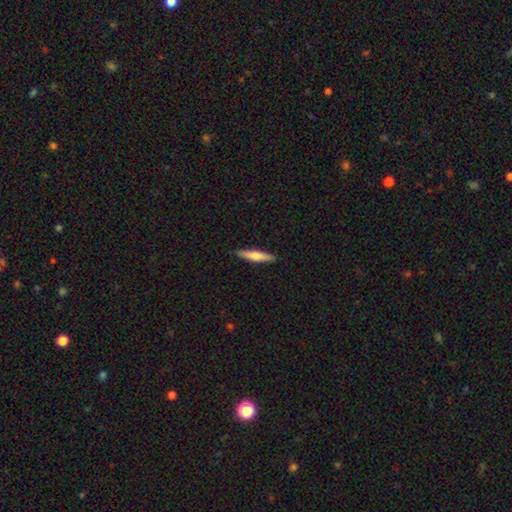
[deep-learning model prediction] Q: Smooth or featured?
A: smooth (62%); runner-up: featured or disk (33%)
Q: How rounded?
A: cigar-shaped (87%); runner-up: in between (11%)
Q: Merging?
A: none (91%); runner-up: minor disturbance (7%)